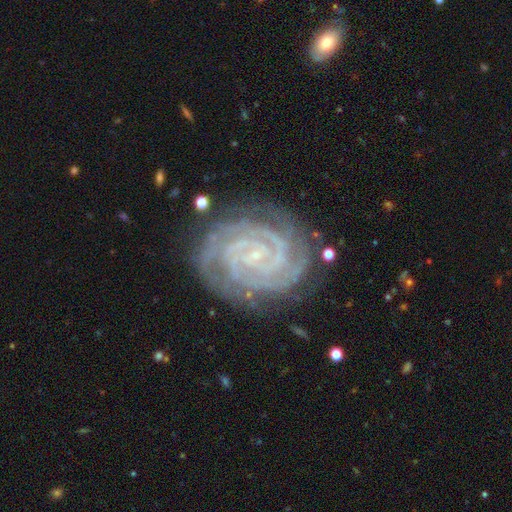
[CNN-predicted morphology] Smooth or featured?
  - featured or disk: 92% *
  - star or artifact: 5%
  - smooth: 3%
Edge-on disk?
  - no: 98% *
  - yes: 2%
Bar?
  - no: 47% *
  - weak: 32%
  - strong: 21%
Spiral arms?
  - yes: 99% *
  - no: 1%
Spiral winding?
  - tight: 88% *
  - medium: 10%
  - loose: 1%
Spiral arm count?
  - 2: 44% *
  - 3: 19%
  - 4: 13%
  - can't tell: 10%
  - more than 4: 8%
  - 1: 7%
Bulge size?
  - small: 86% *
  - none: 6%
  - moderate: 6%
  - large: 1%
  - dominant: 1%
Merging?
  - none: 82% *
  - minor disturbance: 13%
  - major disturbance: 3%
  - merger: 2%